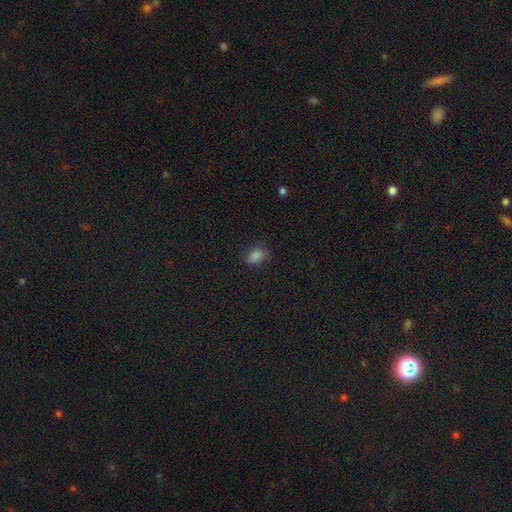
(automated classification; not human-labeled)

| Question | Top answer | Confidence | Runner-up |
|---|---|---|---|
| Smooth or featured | smooth | 83% | star or artifact (12%) |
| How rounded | in between | 77% | round (21%) |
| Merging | none | 72% | minor disturbance (21%) |